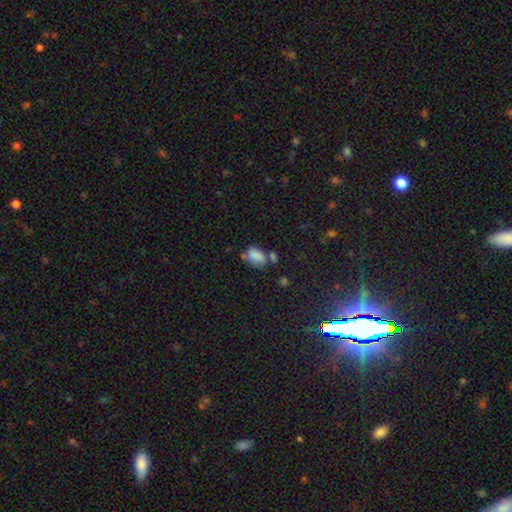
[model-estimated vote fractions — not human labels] A smooth galaxy with no disk features (80%) that is in between round and cigar-shaped (87%).

Vote fractions:
- Smooth or featured? smooth: 80% / star or artifact: 10% / featured or disk: 10%
- How rounded? in between: 87% / round: 11% / cigar-shaped: 2%
- Merging? none: 42% / minor disturbance: 25% / merger: 23% / major disturbance: 10%